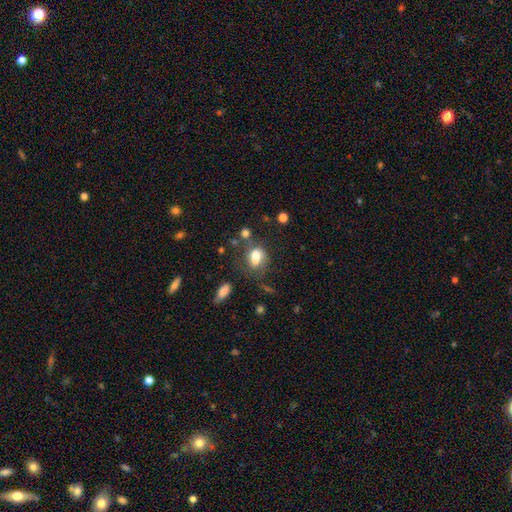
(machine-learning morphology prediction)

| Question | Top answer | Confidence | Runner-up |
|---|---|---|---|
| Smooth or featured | smooth | 70% | featured or disk (18%) |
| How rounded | in between | 65% | round (33%) |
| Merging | none | 39% | merger (30%) |